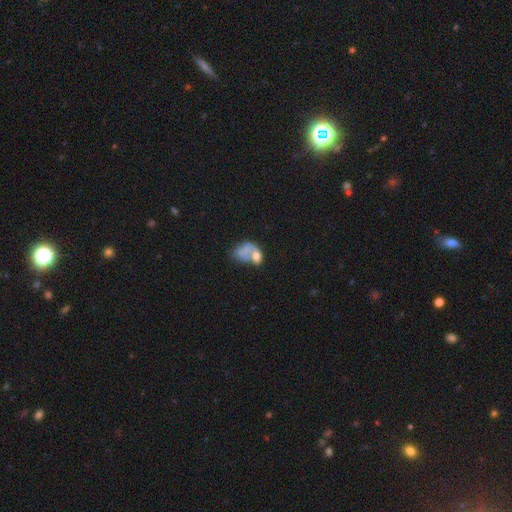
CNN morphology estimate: This appears to be a smooth galaxy with no disk features (58%) that is in between round and cigar-shaped (75%). Merging: merger (49%).